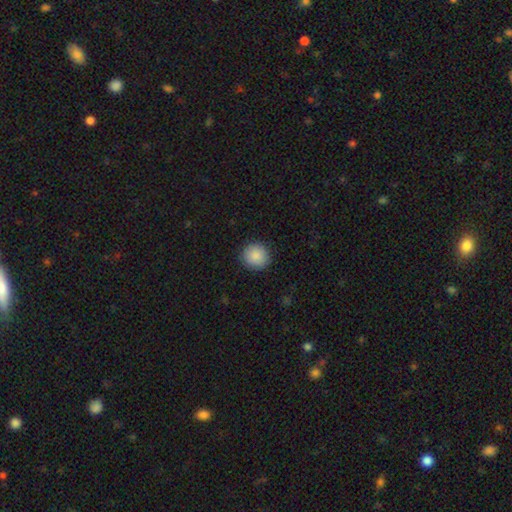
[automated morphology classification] smooth_or_featured: smooth (p=0.88) [alt: star or artifact p=0.08]
how_rounded: round (p=0.93) [alt: in between p=0.06]
merging: none (p=0.91) [alt: minor disturbance p=0.06]